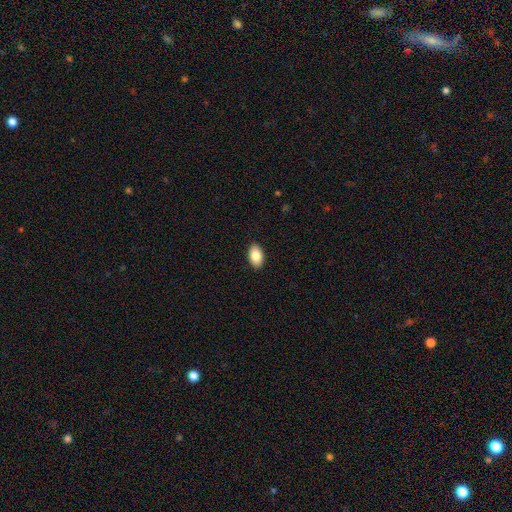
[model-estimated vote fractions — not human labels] smooth 84%, featured or disk 9%, star or artifact 7%. Down the decision tree: how rounded — in between (93%); merging — none (90%).